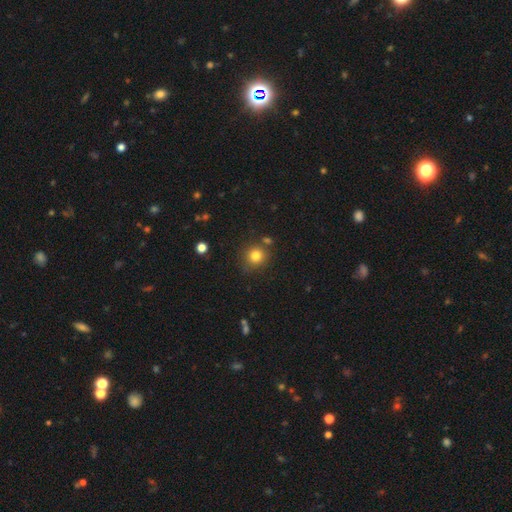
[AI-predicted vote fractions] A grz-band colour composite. It shows a smooth galaxy with no disk features (81%) that is round (89%). Merging: none (80%).